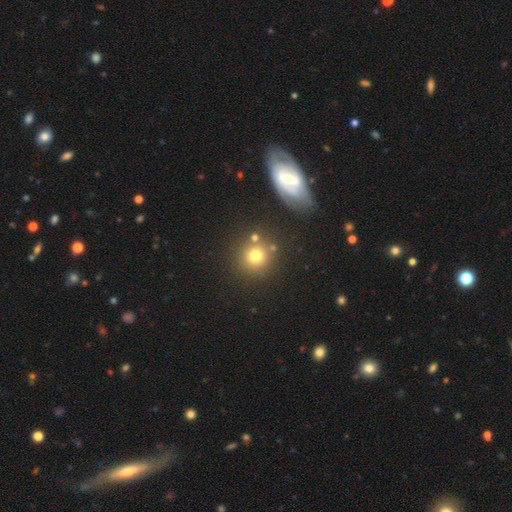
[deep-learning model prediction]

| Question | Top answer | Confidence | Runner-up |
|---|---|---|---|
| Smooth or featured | smooth | 73% | star or artifact (15%) |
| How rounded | round | 90% | in between (9%) |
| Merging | none | 75% | merger (11%) |